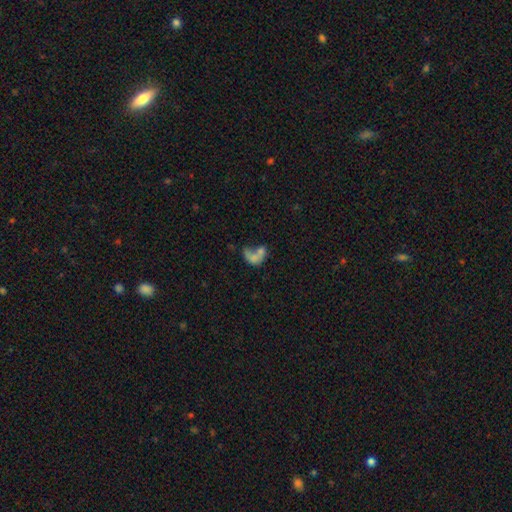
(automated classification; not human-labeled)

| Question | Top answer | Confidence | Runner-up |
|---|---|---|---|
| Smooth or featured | smooth | 58% | featured or disk (30%) |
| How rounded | in between | 73% | round (25%) |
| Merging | merger | 57% | major disturbance (19%) |